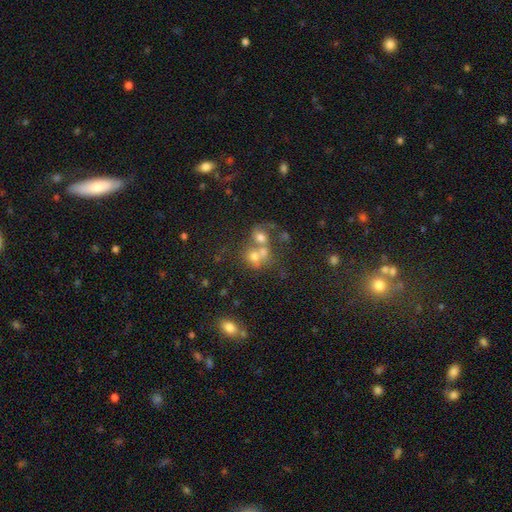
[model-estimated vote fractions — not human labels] The model was most divided on "smooth or featured": smooth: 52%, featured or disk: 27%, star or artifact: 21%. More confident: how rounded — round (67%); merging — merger (56%).